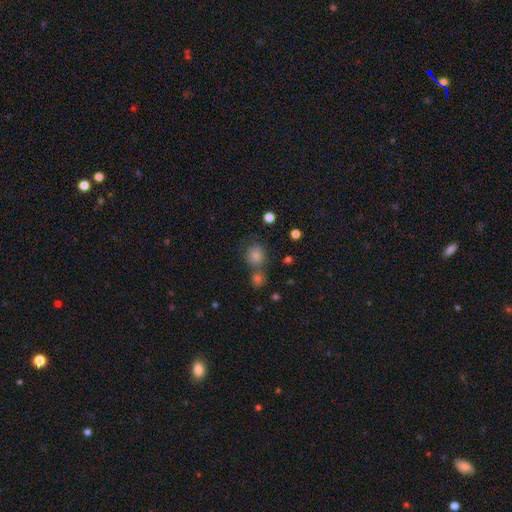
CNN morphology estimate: Overall: smooth (70%). How rounded: round (81%). Merging: none (59%; merger 24%).